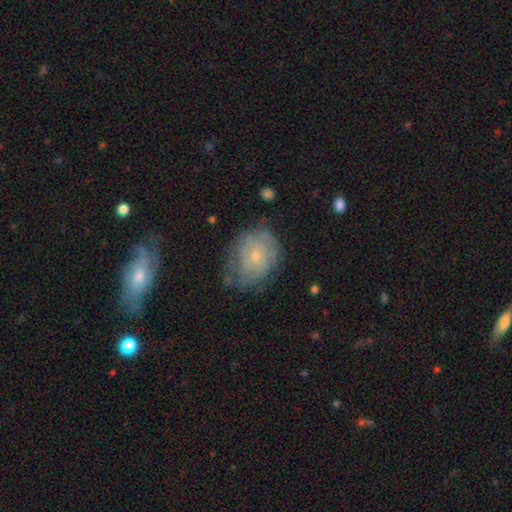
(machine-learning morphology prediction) The model was most divided on "merging": none: 55%, minor disturbance: 27%, major disturbance: 15%, merger: 3%. More confident: edge-on disk — no (97%); bar — no (83%); bulge size — small (79%); spiral arms — yes (75%); smooth or featured — featured or disk (61%).